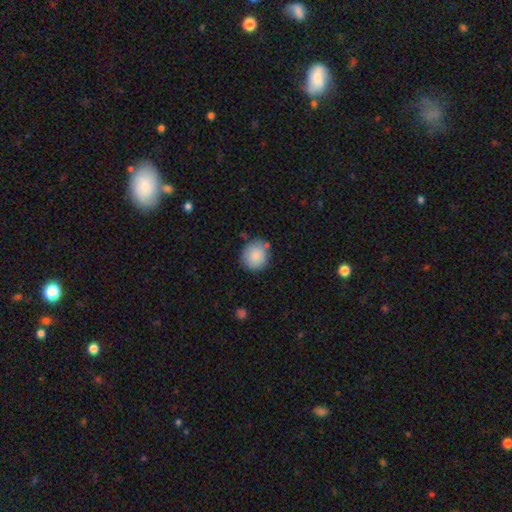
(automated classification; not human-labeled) Overall: smooth (85%). How rounded: round (83%). Merging: none (78%).